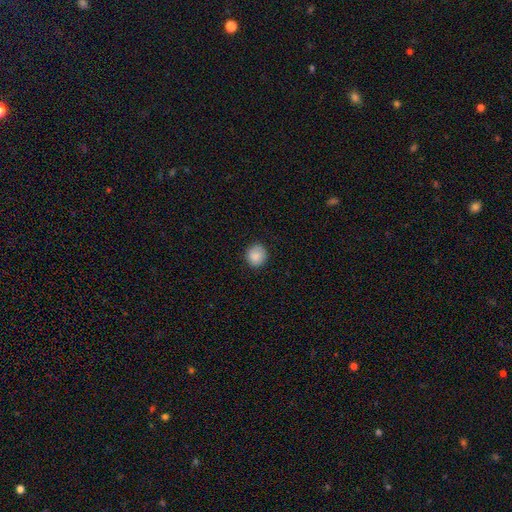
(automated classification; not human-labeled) smooth 88%, star or artifact 8%, featured or disk 4%. Down the decision tree: how rounded — round (85%); merging — none (88%).